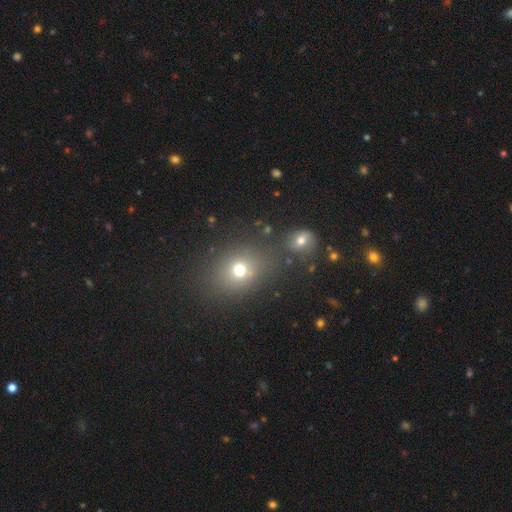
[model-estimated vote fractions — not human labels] A smooth galaxy with no disk features (58%) that is round (59%). Merging: none (75%).